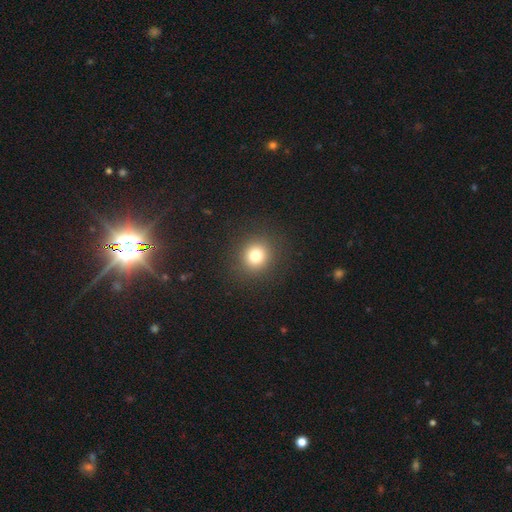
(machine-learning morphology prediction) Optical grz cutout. It shows a smooth galaxy with no disk features (78%) that is round (88%). Merging: none (90%).